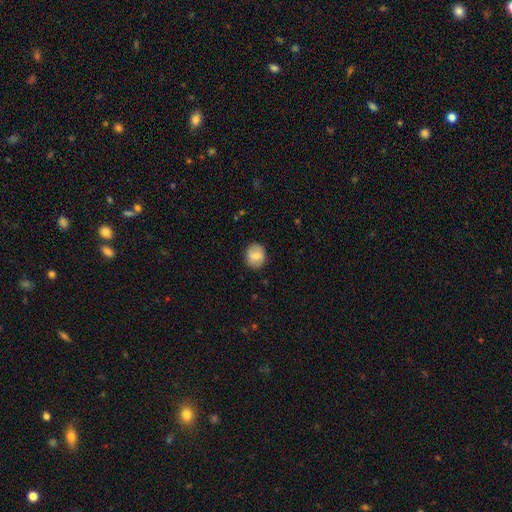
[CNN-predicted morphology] A smooth galaxy with no disk features (72%) that is round (76%). Merging: none (86%).